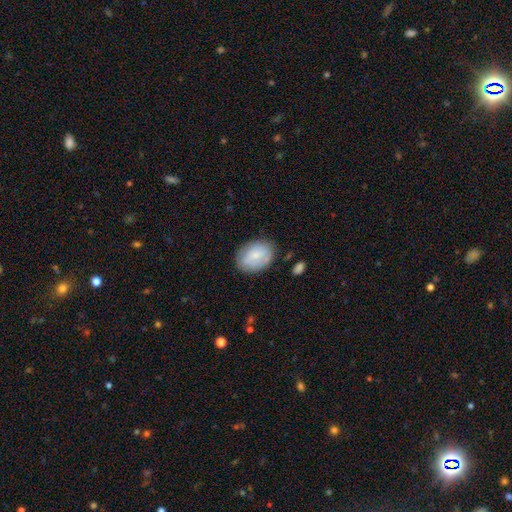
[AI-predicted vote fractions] Smooth or featured: smooth — 73% (featured or disk — 20%)
How rounded: in between — 76% (round — 23%)
Merging: none — 79% (minor disturbance — 15%)